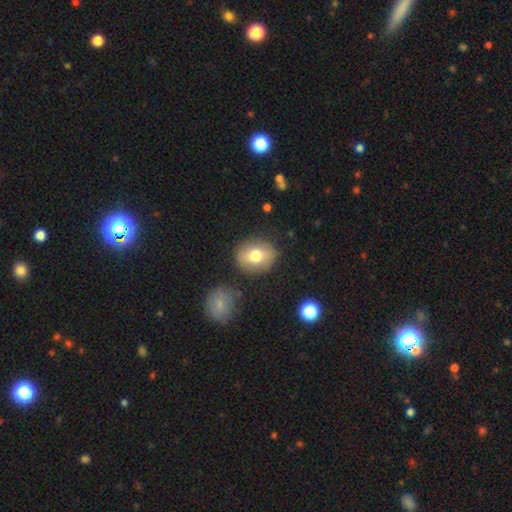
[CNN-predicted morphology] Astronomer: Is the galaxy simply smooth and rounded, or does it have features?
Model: smooth — 71%.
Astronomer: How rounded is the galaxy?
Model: round — 64%.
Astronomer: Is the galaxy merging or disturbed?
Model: none — 83%.